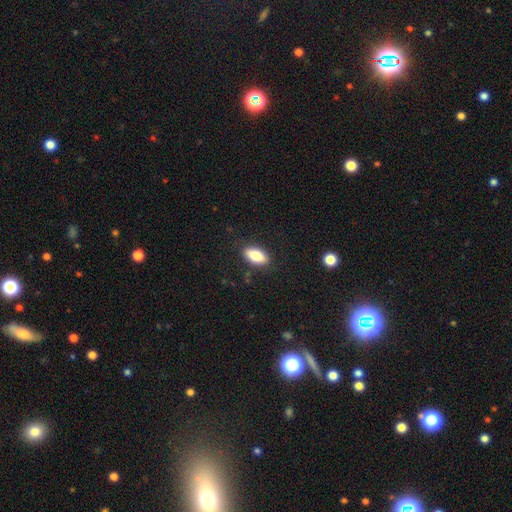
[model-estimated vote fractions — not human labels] Q: Smooth or featured?
A: smooth (82%); runner-up: featured or disk (11%)
Q: How rounded?
A: in between (88%); runner-up: cigar-shaped (8%)
Q: Merging?
A: none (86%); runner-up: minor disturbance (10%)